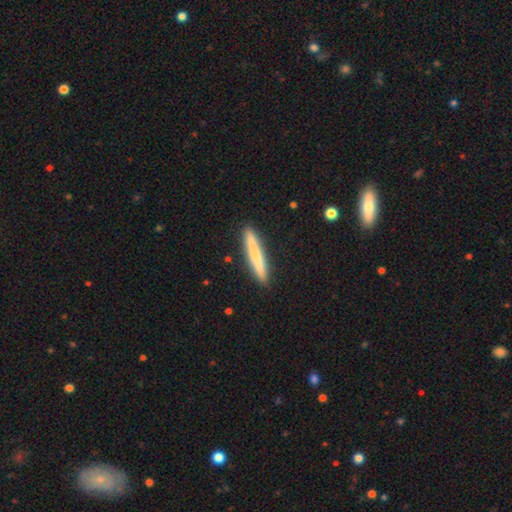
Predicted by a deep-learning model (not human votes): This is likely a smooth galaxy (68%). How rounded: clearly cigar-shaped (96%). Merging: clearly none (91%).